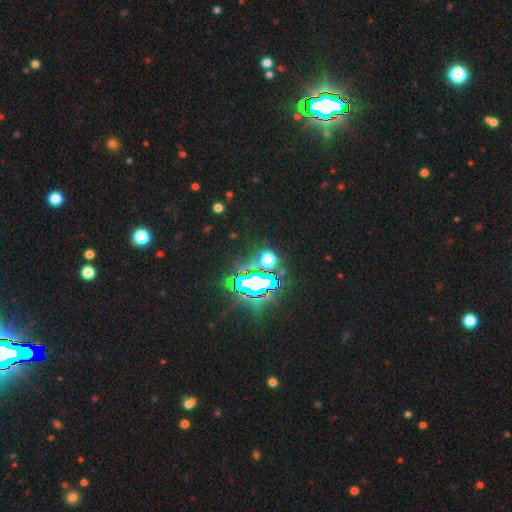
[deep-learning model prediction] Morphology: type=star or artifact (82%).